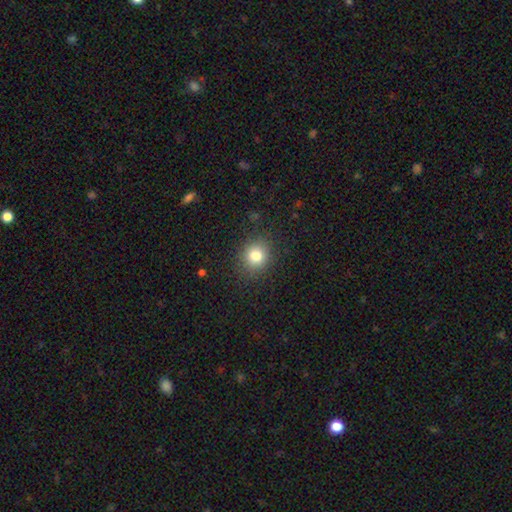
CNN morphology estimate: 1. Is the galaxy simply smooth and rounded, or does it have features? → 80% smooth, 13% star or artifact, 7% featured or disk.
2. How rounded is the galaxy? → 80% round, 19% in between, 1% cigar-shaped.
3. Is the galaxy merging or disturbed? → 87% none, 8% minor disturbance, 3% major disturbance, 1% merger.